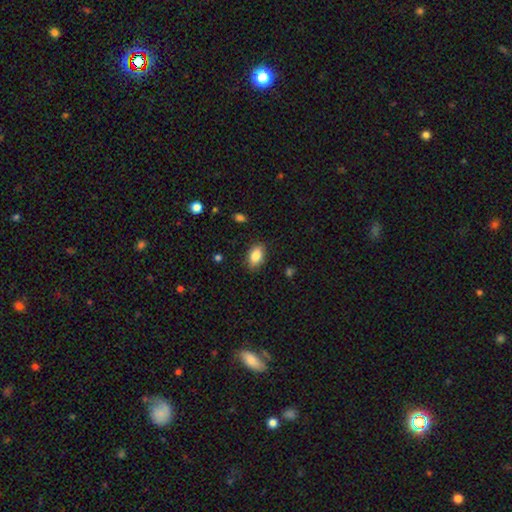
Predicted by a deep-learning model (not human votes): Smooth or featured? Predicted: smooth (p=0.86). How rounded? Predicted: in between (p=0.90). Merging? Predicted: none (p=0.84).